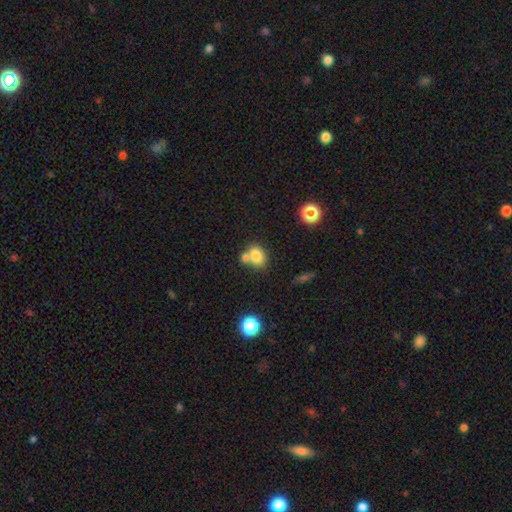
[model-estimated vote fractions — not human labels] Smooth or featured?
  - smooth: 79% *
  - star or artifact: 11%
  - featured or disk: 10%
How rounded?
  - in between: 56% *
  - round: 43%
  - cigar-shaped: 1%
Merging?
  - none: 45% *
  - merger: 41%
  - minor disturbance: 11%
  - major disturbance: 4%